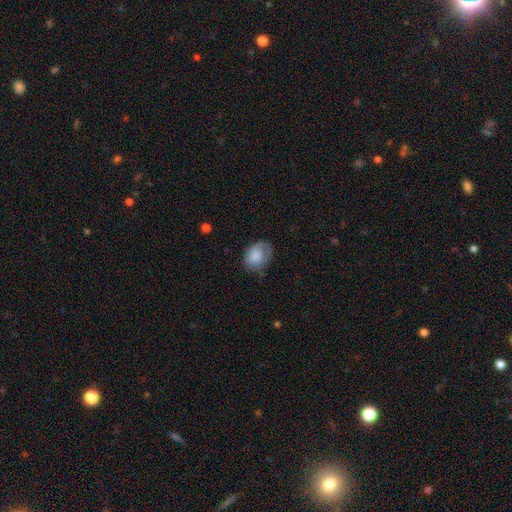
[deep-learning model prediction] Q: Smooth or featured?
A: smooth (78%); runner-up: featured or disk (15%)
Q: How rounded?
A: in between (62%); runner-up: round (37%)
Q: Merging?
A: none (57%); runner-up: minor disturbance (29%)